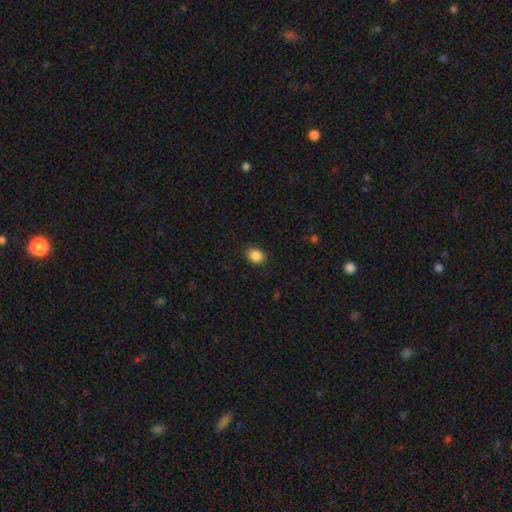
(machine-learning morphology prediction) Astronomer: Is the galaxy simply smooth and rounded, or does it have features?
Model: smooth — 87%.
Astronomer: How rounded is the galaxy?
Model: in between — 58% (runner-up: round, 41%).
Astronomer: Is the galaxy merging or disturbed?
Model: none — 87%.